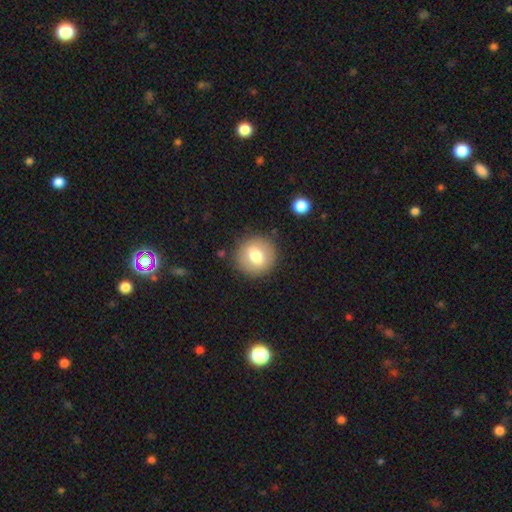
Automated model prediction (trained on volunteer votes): This appears to be a smooth galaxy with no disk features (73%) that is round (91%). Merging: none (88%).